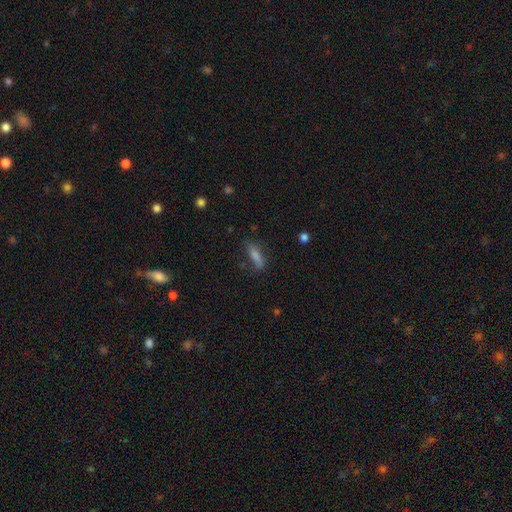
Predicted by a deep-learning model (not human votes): smooth 70%, featured or disk 16%, star or artifact 13%. Down the decision tree: how rounded — cigar-shaped (60%); merging — none (71%).